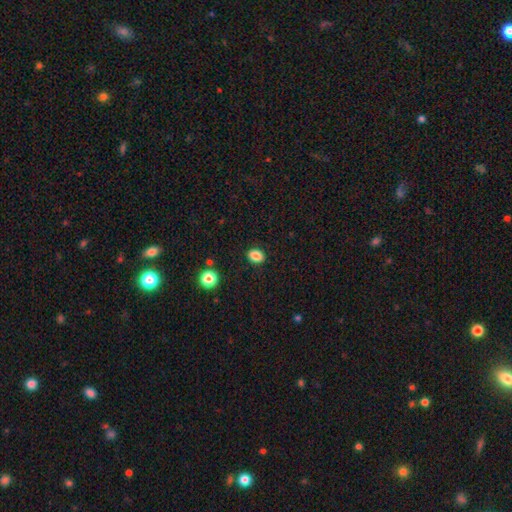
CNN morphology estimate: A smooth galaxy with no disk features (85%) that is in between round and cigar-shaped (63%). Merging: none (89%).